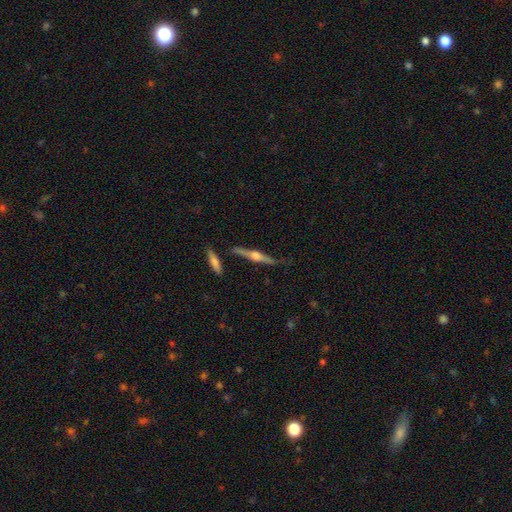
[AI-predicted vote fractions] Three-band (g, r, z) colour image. It shows a featured or disk galaxy (76%) viewed edge-on (97%) with a rounded central bulge (92%). Merging: none (76%).